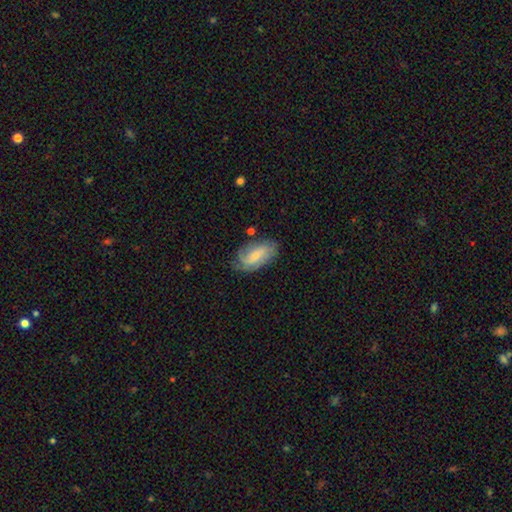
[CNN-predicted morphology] Overall: featured or disk (59%; smooth 35%). Edge-on disk: no (94%). Bar: weak (45%; no 42%). Spiral arms: yes (88%). Bulge size: small (58%; moderate 29%). Merging: none (66%).